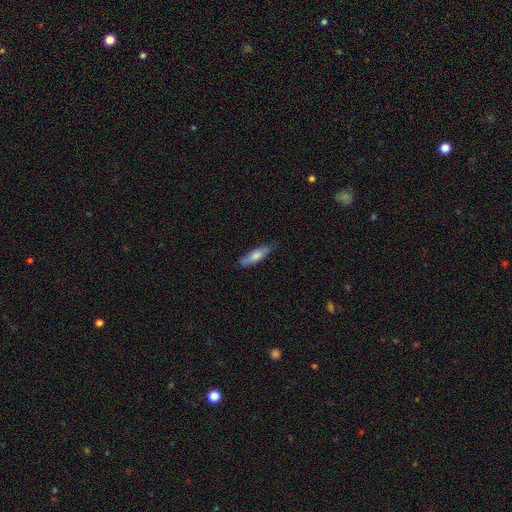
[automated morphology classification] smooth-or-featured: smooth: 74% | featured or disk: 20% | star or artifact: 6%
  how-rounded: cigar-shaped: 49% (tied) | in between: 49% (tied) | round: 2%
  merging: none: 75% | minor disturbance: 21% | major disturbance: 3% | merger: 1%